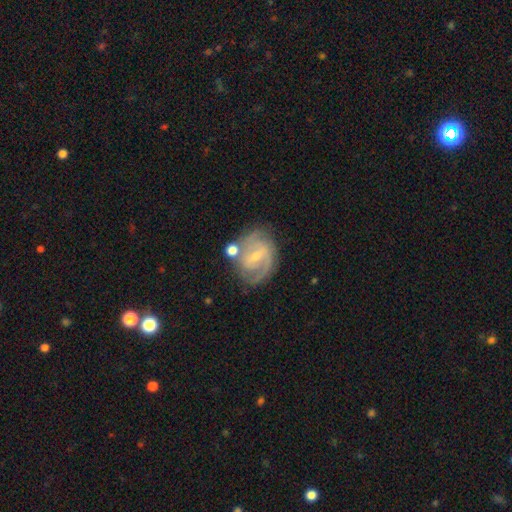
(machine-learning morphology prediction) Q: Smooth or featured?
A: featured or disk (83%); runner-up: smooth (11%)
Q: Edge-on disk?
A: no (97%); runner-up: yes (3%)
Q: Bar?
A: weak (51%); runner-up: strong (32%)
Q: Spiral arms?
A: yes (93%); runner-up: no (7%)
Q: Spiral winding?
A: tight (47%); runner-up: medium (42%)
Q: Spiral arm count?
A: 2 (67%); runner-up: can't tell (14%)
Q: Bulge size?
A: small (62%); runner-up: moderate (33%)
Q: Merging?
A: none (65%); runner-up: minor disturbance (18%)